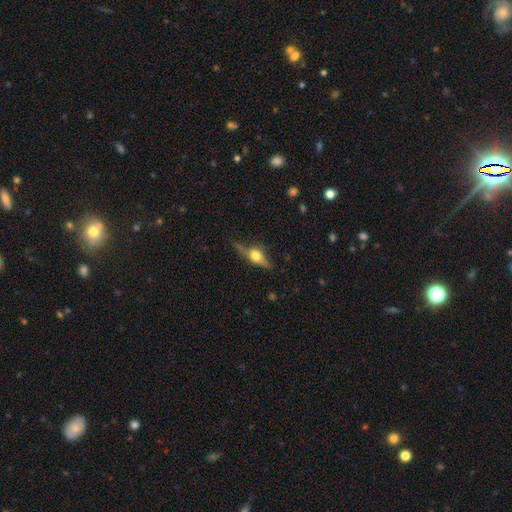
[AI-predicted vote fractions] Smooth or featured? Predicted: featured or disk (p=0.56). Edge-on disk? Predicted: yes (p=0.89). Merging? Predicted: none (p=0.64).